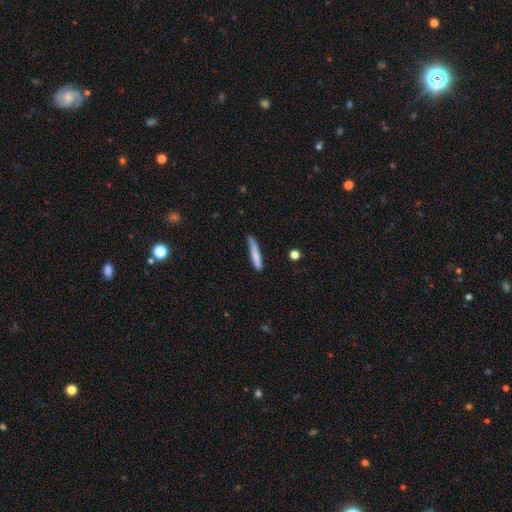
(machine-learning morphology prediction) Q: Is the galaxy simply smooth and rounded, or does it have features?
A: smooth — 79%.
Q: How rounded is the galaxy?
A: cigar-shaped — 93%.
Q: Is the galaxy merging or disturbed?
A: none — 70%.